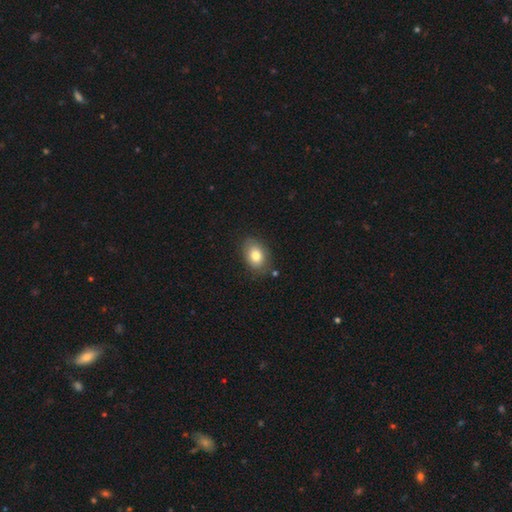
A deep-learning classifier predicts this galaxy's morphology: Smooth or featured? smooth (79%)
How rounded? in between (78%)
Merging? none (79%)